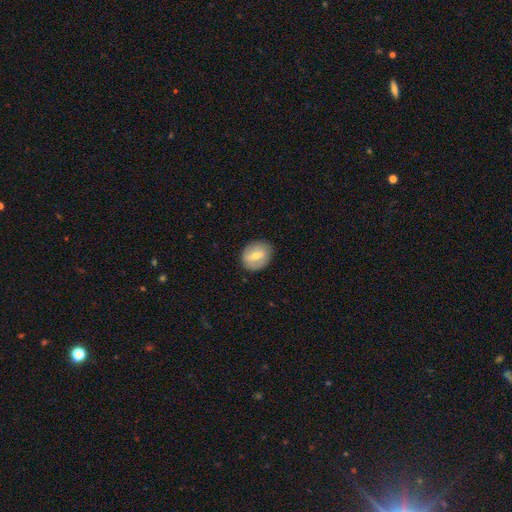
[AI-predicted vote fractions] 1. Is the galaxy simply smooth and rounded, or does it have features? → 50% smooth, 43% featured or disk, 8% star or artifact.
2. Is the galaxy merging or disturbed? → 84% none, 11% minor disturbance, 3% major disturbance, 1% merger.